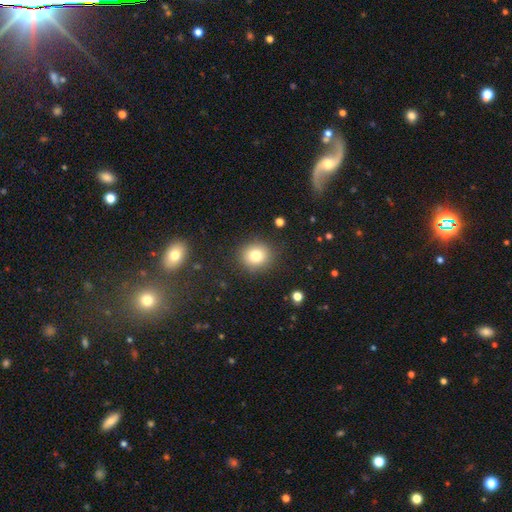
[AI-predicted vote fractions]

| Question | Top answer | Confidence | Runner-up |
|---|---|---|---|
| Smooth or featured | smooth | 79% | star or artifact (12%) |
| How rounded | round | 86% | in between (13%) |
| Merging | none | 88% | minor disturbance (7%) |